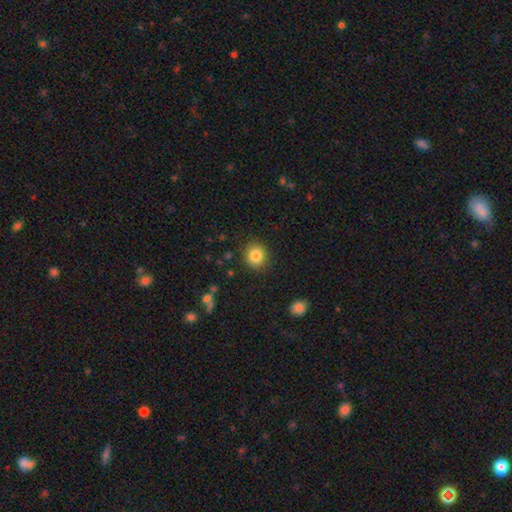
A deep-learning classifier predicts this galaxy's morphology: Smooth or featured? Predicted: smooth (p=0.84). How rounded? Predicted: round (p=0.86). Merging? Predicted: none (p=0.88).